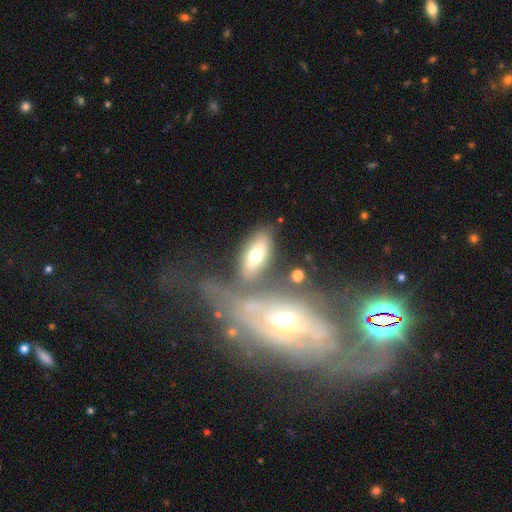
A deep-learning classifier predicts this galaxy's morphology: smooth_or_featured: smooth (p=0.63) [alt: featured or disk p=0.29]
how_rounded: in between (p=0.82) [alt: cigar-shaped p=0.12]
merging: none (p=0.59) [alt: merger p=0.18]